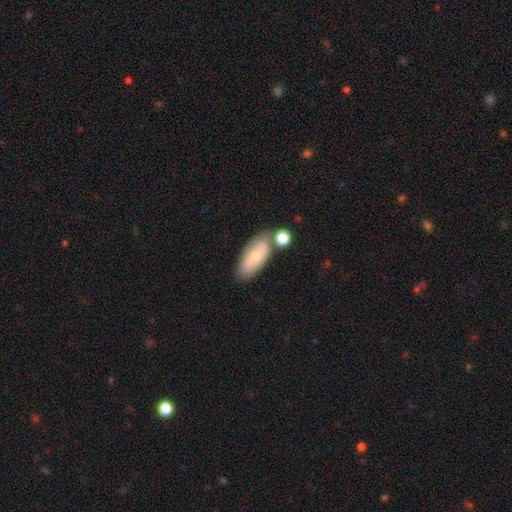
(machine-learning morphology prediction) smooth 57%, featured or disk 36%, star or artifact 7%. Down the decision tree: how rounded — in between (81%); merging — none (68%).